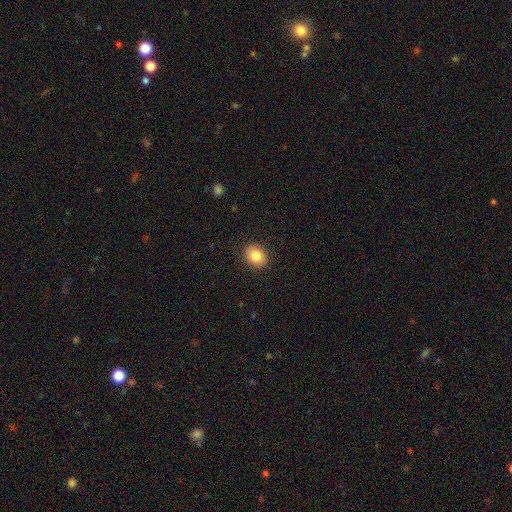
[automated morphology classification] smooth_or_featured: smooth (p=0.83) [alt: star or artifact p=0.09]
how_rounded: round (p=0.52) [alt: in between p=0.48]
merging: none (p=0.90) [alt: minor disturbance p=0.07]